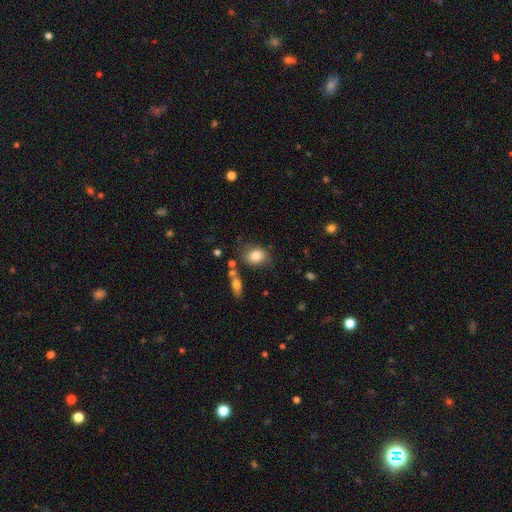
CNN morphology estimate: Smooth or featured: smooth — 80% (featured or disk — 11%)
How rounded: in between — 59% (round — 40%)
Merging: none — 70% (minor disturbance — 17%)